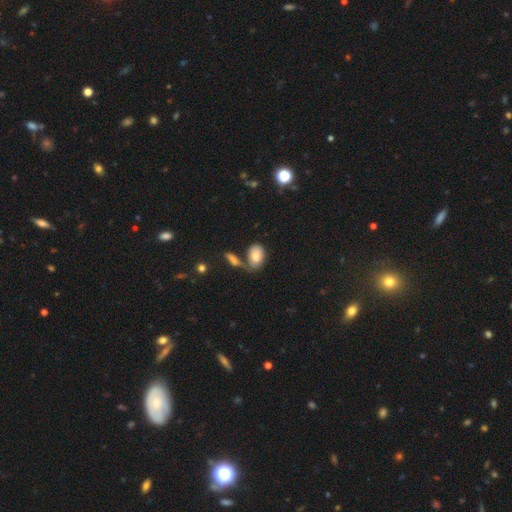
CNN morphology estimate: Smooth or featured: smooth — 78% (featured or disk — 14%)
How rounded: in between — 86% (round — 12%)
Merging: none — 51% (merger — 28%)